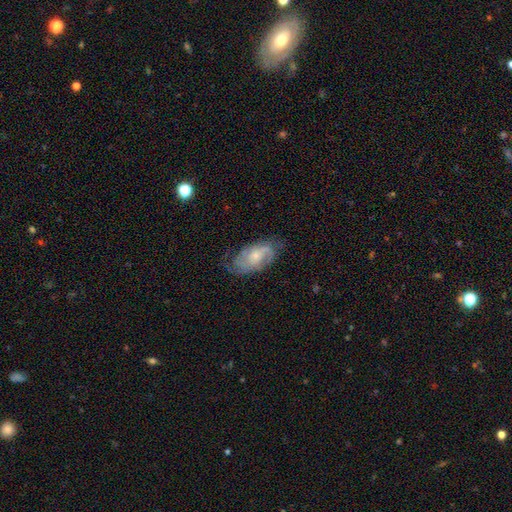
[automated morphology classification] This appears to be a featured or disk galaxy (75%) with no bar (67%), 2 (38%) tight (44%) spiral arms (92%) and a small central bulge (57%). Merging: none (63%).